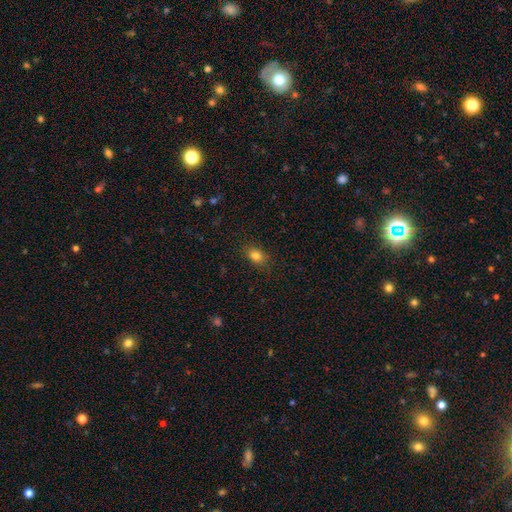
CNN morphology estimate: smooth 83%, star or artifact 11%, featured or disk 6%. Down the decision tree: how rounded — in between (76%); merging — none (84%).